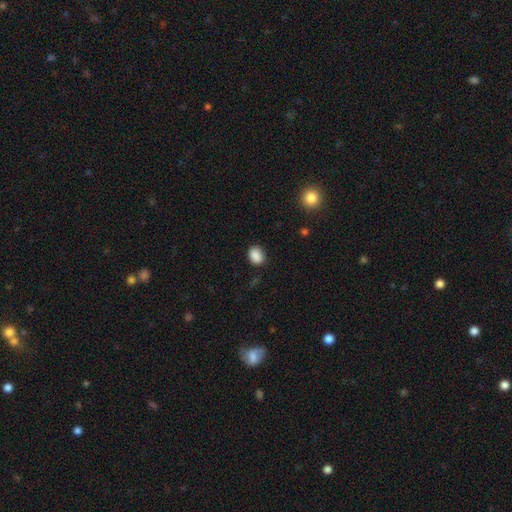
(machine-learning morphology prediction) Smooth or featured? Predicted: smooth (p=0.88). How rounded? Predicted: in between (p=0.62). Merging? Predicted: none (p=0.83).